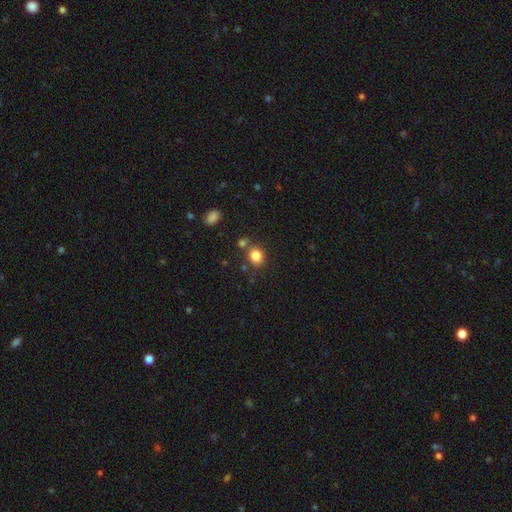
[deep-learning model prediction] Q: Smooth or featured?
A: smooth (83%); runner-up: star or artifact (11%)
Q: How rounded?
A: round (70%); runner-up: in between (29%)
Q: Merging?
A: none (74%); runner-up: merger (12%)